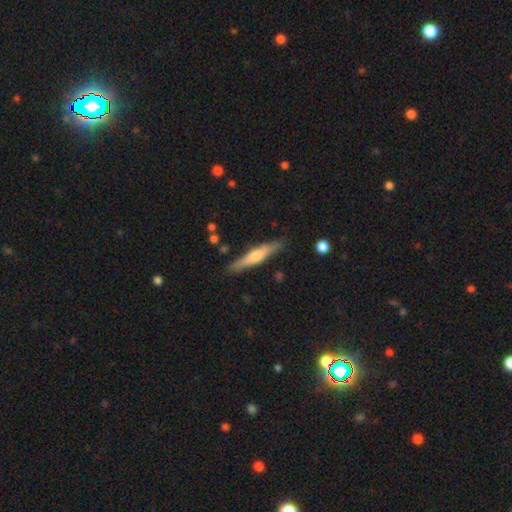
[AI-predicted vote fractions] Smooth or featured?
  - smooth: 48% *
  - featured or disk: 47%
  - star or artifact: 6%
Merging?
  - none: 85% *
  - minor disturbance: 11%
  - major disturbance: 2%
  - merger: 2%